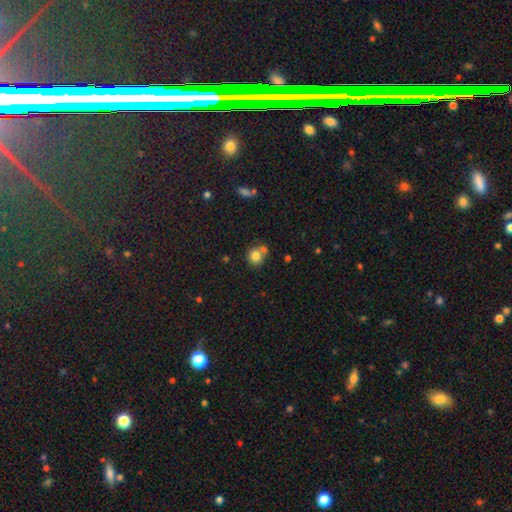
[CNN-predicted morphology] A smooth galaxy with no disk features (80%) that is round (85%).

Vote fractions:
- Smooth or featured? smooth: 80% / star or artifact: 11% / featured or disk: 9%
- How rounded? round: 85% / in between: 14% / cigar-shaped: 1%
- Merging? none: 56% / merger: 30% / minor disturbance: 10% / major disturbance: 3%